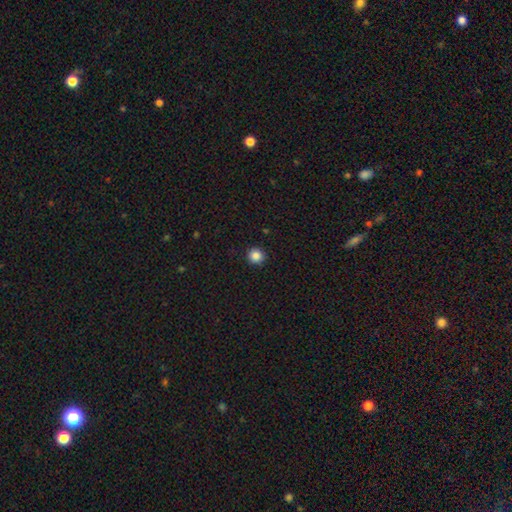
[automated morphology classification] Q: Smooth or featured?
A: smooth (86%); runner-up: star or artifact (11%)
Q: How rounded?
A: round (93%); runner-up: in between (6%)
Q: Merging?
A: none (91%); runner-up: minor disturbance (6%)